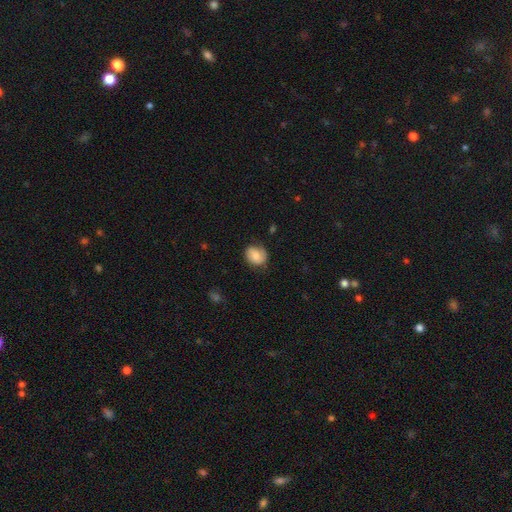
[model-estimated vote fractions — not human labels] smooth-or-featured: smooth: 72% | featured or disk: 20% | star or artifact: 8%
  how-rounded: round: 61% | in between: 38% | cigar-shaped: 1%
  merging: none: 71% | minor disturbance: 22% | major disturbance: 6% | merger: 1%